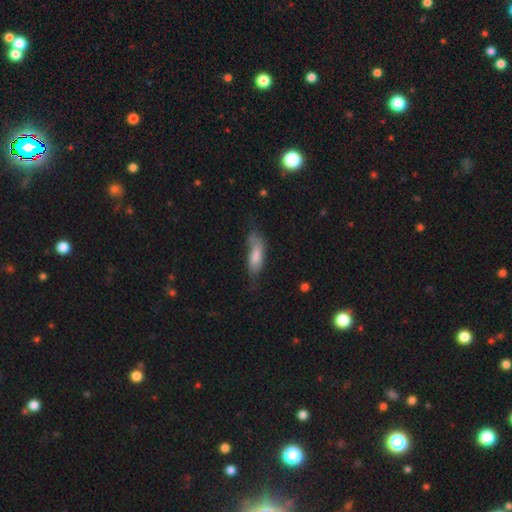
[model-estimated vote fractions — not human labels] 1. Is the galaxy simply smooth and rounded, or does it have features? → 69% smooth, 23% featured or disk, 8% star or artifact.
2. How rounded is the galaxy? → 54% in between, 44% cigar-shaped, 2% round.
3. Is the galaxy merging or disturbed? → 46% none, 33% minor disturbance, 17% major disturbance, 4% merger.